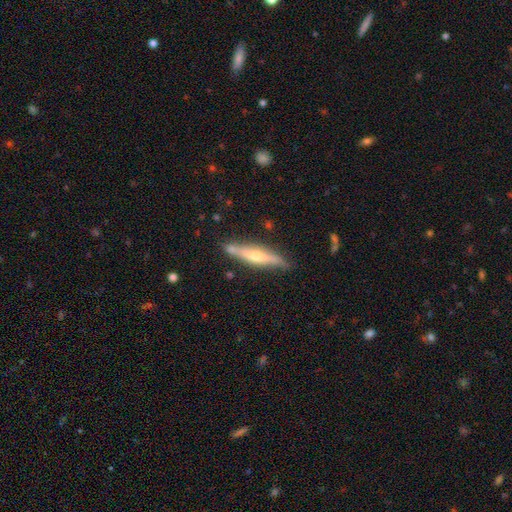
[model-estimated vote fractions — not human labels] A featured or disk galaxy (64%) viewed edge-on (93%) with a rounded central bulge (84%).

Vote fractions:
- Smooth or featured? featured or disk: 64% / smooth: 29% / star or artifact: 7%
- Edge-on disk? yes: 93% / no: 7%
- Edge-on bulge? rounded: 84% / none: 10% / boxy: 6%
- Merging? none: 84% / minor disturbance: 11% / merger: 2% / major disturbance: 2%